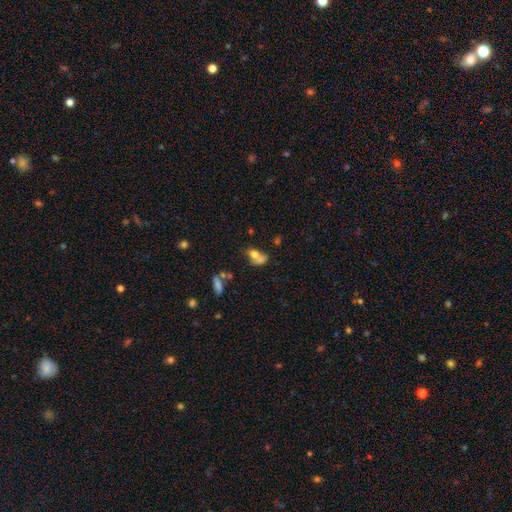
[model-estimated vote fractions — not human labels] smooth_or_featured: smooth (p=0.68) [alt: featured or disk p=0.20]
how_rounded: in between (p=0.69) [alt: round p=0.28]
merging: merger (p=0.54) [alt: none p=0.23]